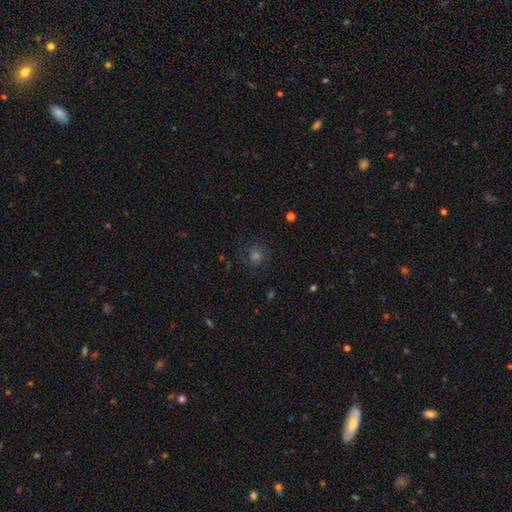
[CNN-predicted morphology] smooth_or_featured: featured or disk (p=0.48) [alt: smooth p=0.27]
merging: none (p=0.78) [alt: minor disturbance p=0.12]